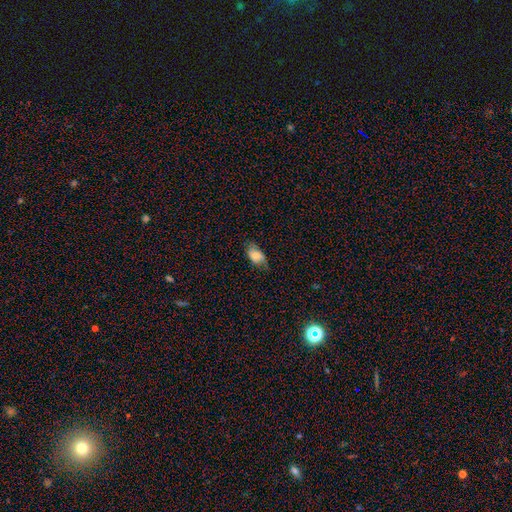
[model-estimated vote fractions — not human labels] This appears to be a smooth galaxy with no disk features (74%) that is in between round and cigar-shaped (89%). Merging: none (63%).